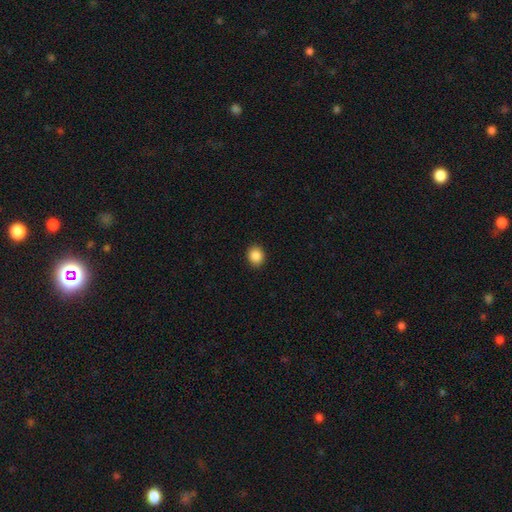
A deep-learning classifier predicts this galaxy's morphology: Smooth or featured? Predicted: smooth (p=0.88). How rounded? Predicted: round (p=0.72). Merging? Predicted: none (p=0.91).